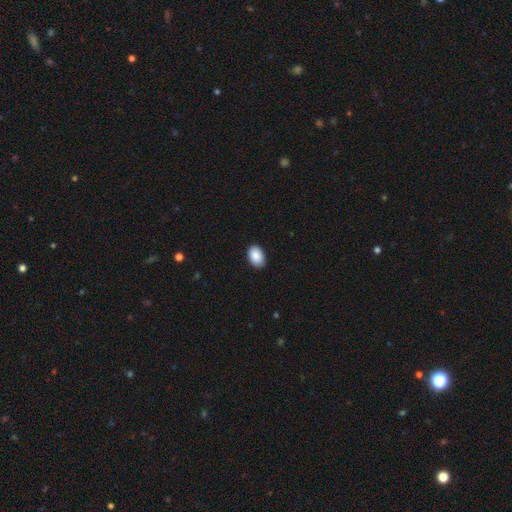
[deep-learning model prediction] smooth_or_featured: smooth (p=0.90) [alt: star or artifact p=0.07]
how_rounded: in between (p=0.87) [alt: round p=0.12]
merging: none (p=0.88) [alt: minor disturbance p=0.10]